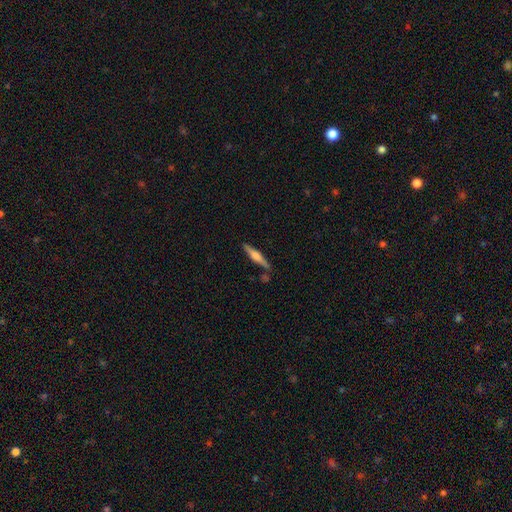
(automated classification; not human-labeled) Smooth or featured?
  - featured or disk: 59% *
  - smooth: 35%
  - star or artifact: 6%
Edge-on disk?
  - yes: 97% *
  - no: 3%
Edge-on bulge?
  - rounded: 75% *
  - boxy: 19%
  - none: 6%
Merging?
  - none: 82% *
  - minor disturbance: 11%
  - merger: 4%
  - major disturbance: 2%